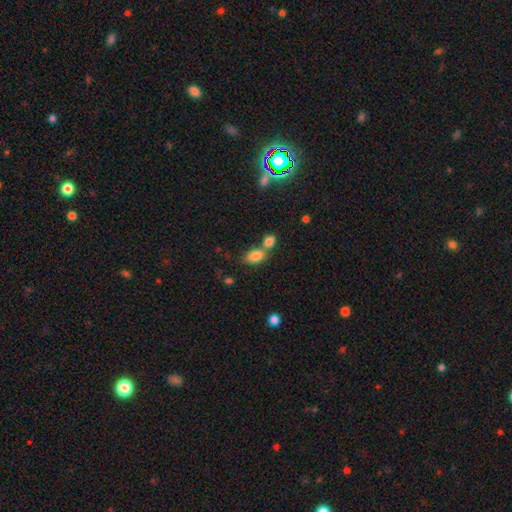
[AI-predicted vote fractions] smooth-or-featured: smooth: 83% | star or artifact: 9% | featured or disk: 8%
  how-rounded: in between: 86% | round: 11% | cigar-shaped: 3%
  merging: merger: 48% | none: 37% | minor disturbance: 10% | major disturbance: 4%